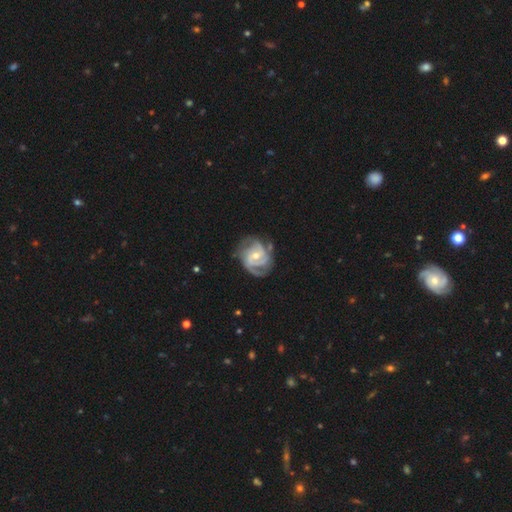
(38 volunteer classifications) Overall: featured or disk (95%). Edge-on disk: no (97%). Bar: no (49%; weak 43%). Spiral arms: yes (97%). Spiral arm count: 3 (44%; can't tell 26%). Spiral winding: medium (44%; tight 41%). Bulge size: moderate (71%). Merging: none (57%; major disturbance 30%).